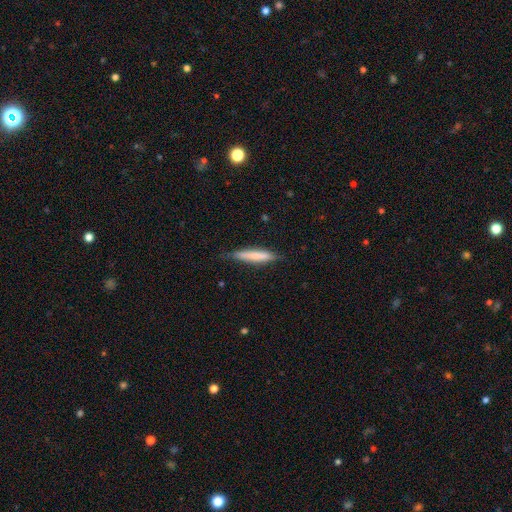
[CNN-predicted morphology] type=smooth (71%); roundness=cigar-shaped (91%); merging=none (81%).